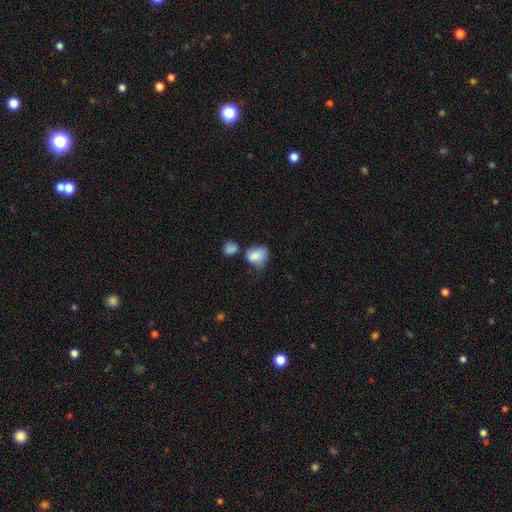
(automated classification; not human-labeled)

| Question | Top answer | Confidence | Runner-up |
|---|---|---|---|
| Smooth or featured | smooth | 81% | featured or disk (10%) |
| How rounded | in between | 66% | round (32%) |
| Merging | none | 34% | minor disturbance (31%) |